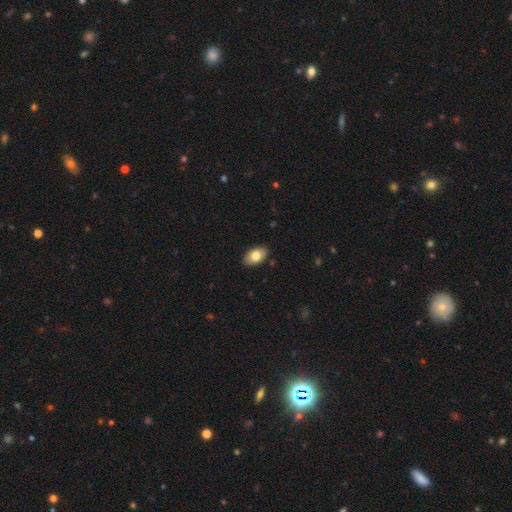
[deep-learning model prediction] smooth-or-featured: smooth: 81% | featured or disk: 12% | star or artifact: 7%
  how-rounded: in between: 92% | round: 6% | cigar-shaped: 2%
  merging: none: 87% | minor disturbance: 10% | major disturbance: 2% | merger: 1%